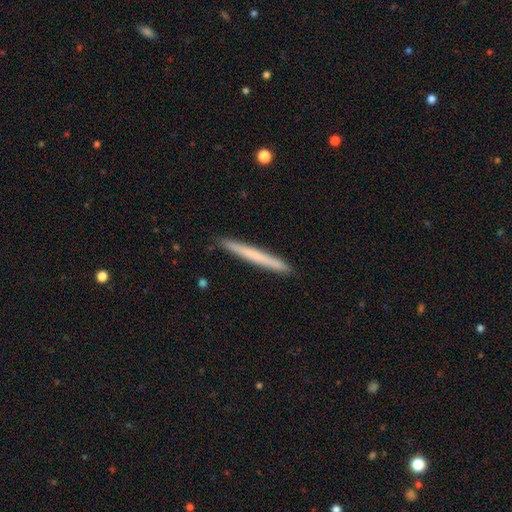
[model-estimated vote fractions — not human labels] Q: Smooth or featured?
A: smooth (62%); runner-up: featured or disk (32%)
Q: How rounded?
A: cigar-shaped (97%); runner-up: in between (2%)
Q: Merging?
A: none (92%); runner-up: minor disturbance (6%)